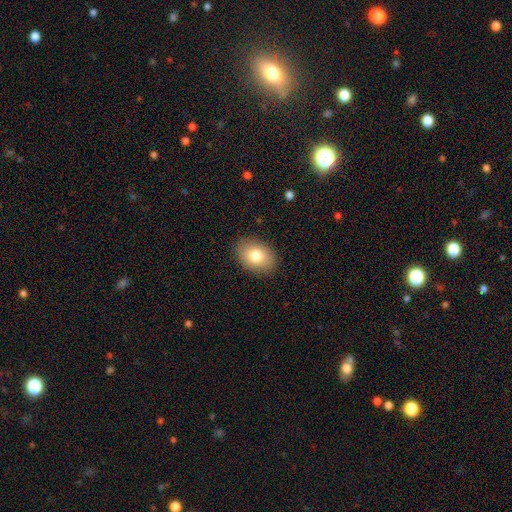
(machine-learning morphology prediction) smooth_or_featured: smooth (p=0.79) [alt: featured or disk p=0.13]
how_rounded: in between (p=0.79) [alt: round p=0.20]
merging: none (p=0.88) [alt: minor disturbance p=0.09]